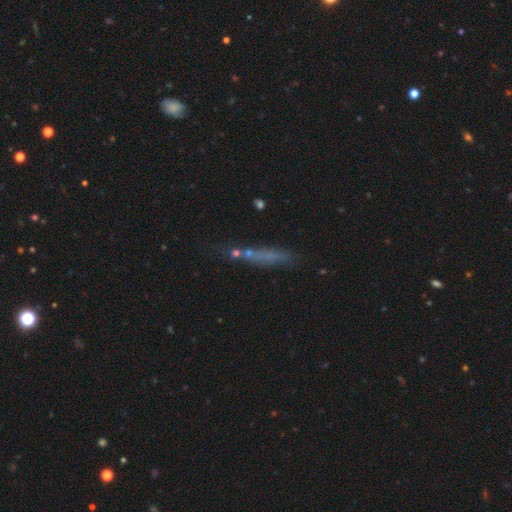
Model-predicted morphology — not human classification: Smooth or featured?
  - smooth: 49% *
  - featured or disk: 28%
  - star or artifact: 23%
Merging?
  - none: 73% *
  - minor disturbance: 14%
  - merger: 7%
  - major disturbance: 6%